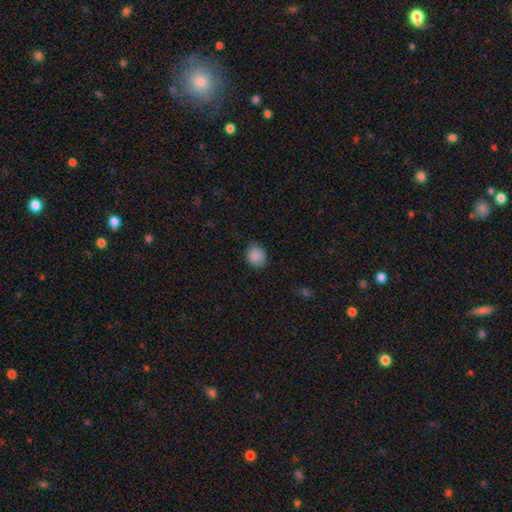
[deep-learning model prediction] Overall: smooth (87%). How rounded: round (64%; in between 35%). Merging: none (78%).